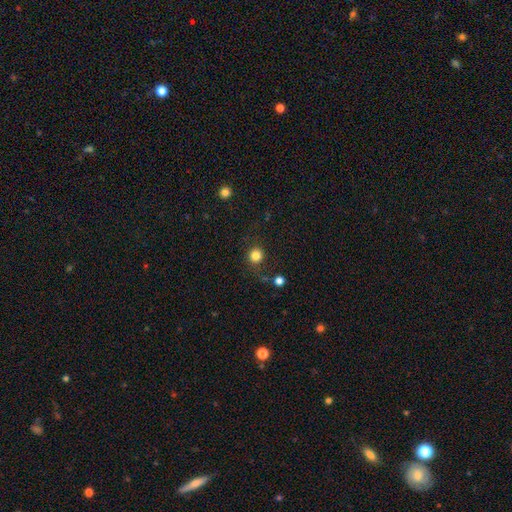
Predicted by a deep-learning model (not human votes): smooth 82%, star or artifact 12%, featured or disk 5%. Down the decision tree: how rounded — round (93%); merging — none (84%).